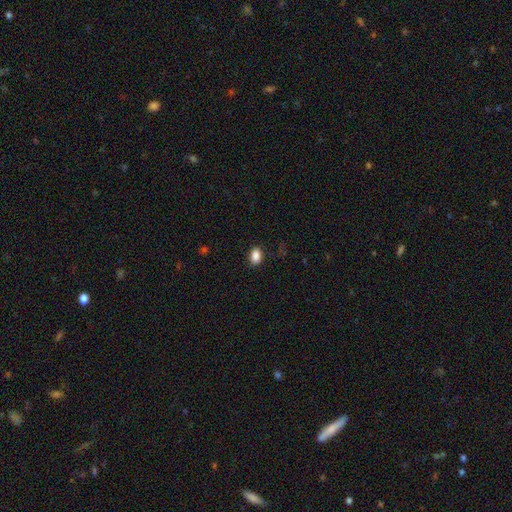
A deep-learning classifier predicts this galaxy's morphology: The model was most divided on "how rounded": in between: 84%, round: 14%, cigar-shaped: 2%. More confident: smooth or featured — smooth (88%); merging — none (86%).